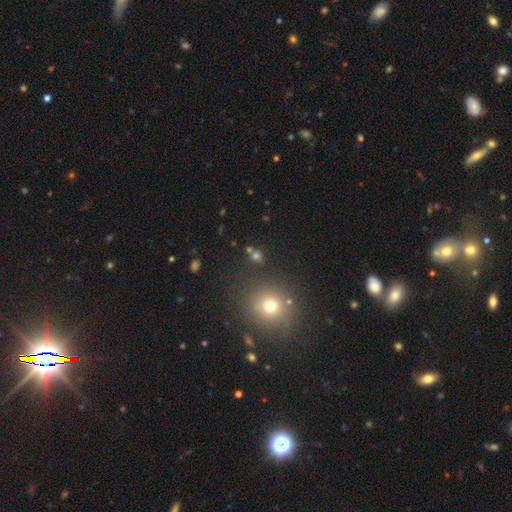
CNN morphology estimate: A smooth galaxy with no disk features (59%) that is round (81%). Merging: none (76%).